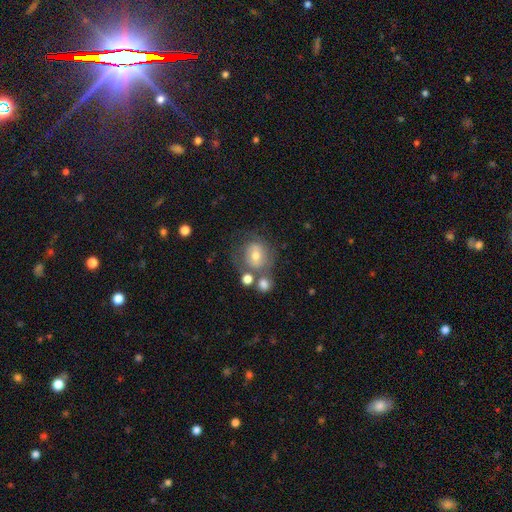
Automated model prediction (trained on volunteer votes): Q: Smooth or featured?
A: smooth (55%); runner-up: featured or disk (34%)
Q: How rounded?
A: round (77%); runner-up: in between (22%)
Q: Merging?
A: none (52%); runner-up: merger (20%)